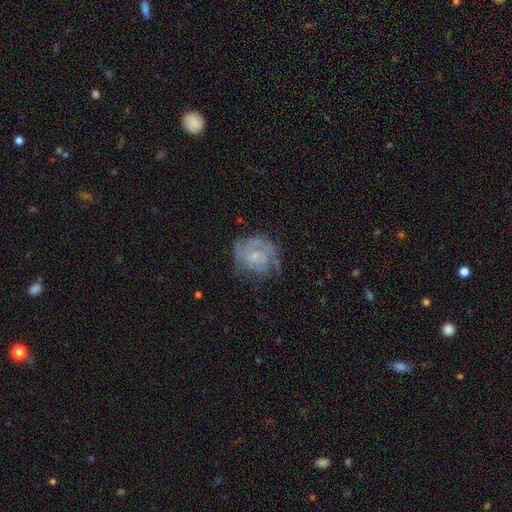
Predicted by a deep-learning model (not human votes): A featured or disk galaxy (69%) with no bar (73%), tight (55%) spiral arms (77%) and a small central bulge (61%).

Vote fractions:
- Smooth or featured? featured or disk: 69% / smooth: 23% / star or artifact: 9%
- Edge-on disk? no: 98% / yes: 2%
- Bar? no: 73% / weak: 24% / strong: 3%
- Spiral arms? yes: 77% / no: 23%
- Spiral winding? tight: 55% / medium: 32% / loose: 13%
- Spiral arm count? can't tell: 47% / 2: 19% / 3: 16% / 1: 7% / 4: 6% / more than 4: 4%
- Bulge size? small: 61% / moderate: 21% / none: 16% / large: 2% / dominant: 1%
- Merging? none: 57% / minor disturbance: 23% / major disturbance: 18% / merger: 2%